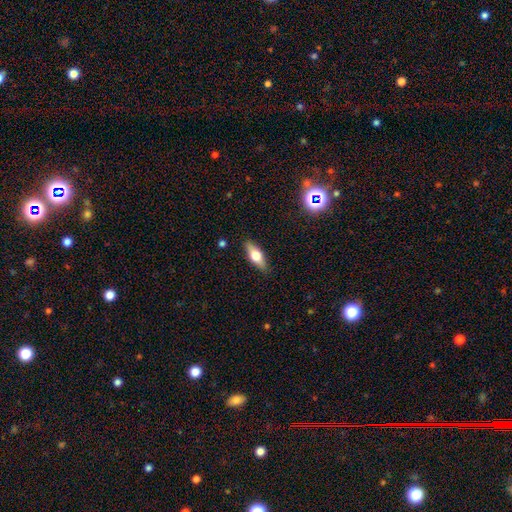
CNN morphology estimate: Overall: smooth (54%; featured or disk 39%). How rounded: in between (62%; cigar-shaped 35%). Merging: none (88%).